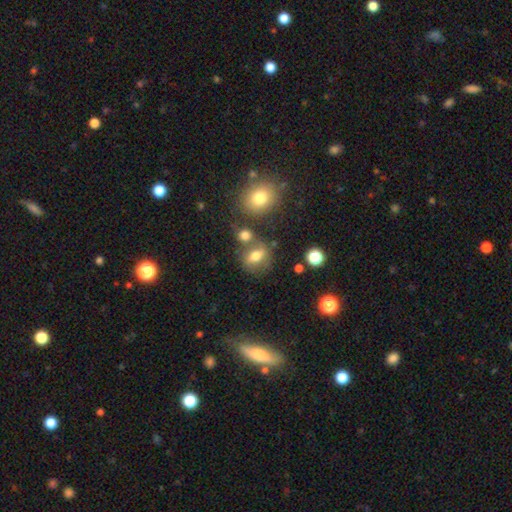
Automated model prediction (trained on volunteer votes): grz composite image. It shows a smooth galaxy with no disk features (62%) that is in between round and cigar-shaped (53%). Merging: none (58%).